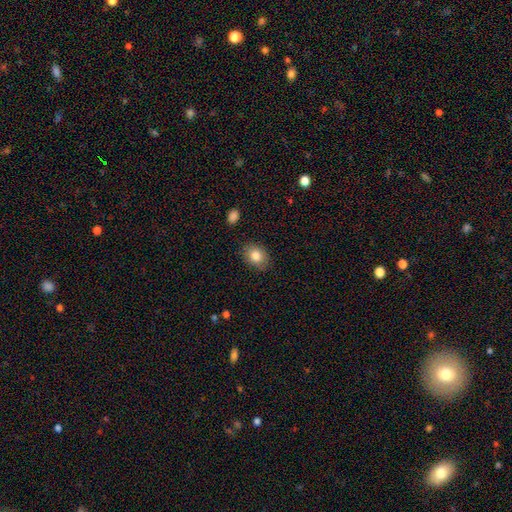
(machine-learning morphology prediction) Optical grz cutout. It shows a smooth galaxy with no disk features (83%) that is in between round and cigar-shaped (62%). Merging: none (85%).